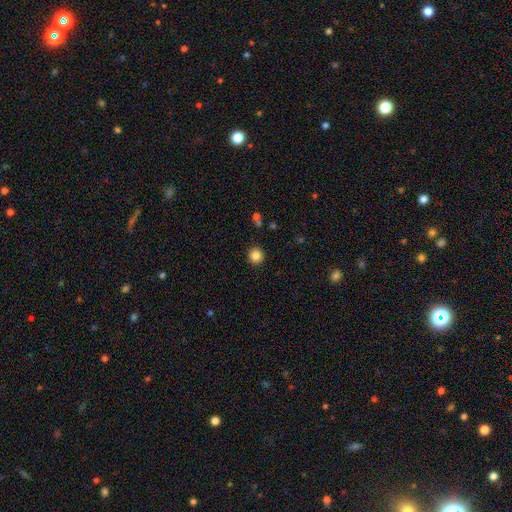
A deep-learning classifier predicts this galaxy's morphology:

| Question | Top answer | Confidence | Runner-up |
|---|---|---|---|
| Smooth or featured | smooth | 84% | star or artifact (11%) |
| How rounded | round | 95% | in between (4%) |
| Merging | none | 92% | minor disturbance (5%) |